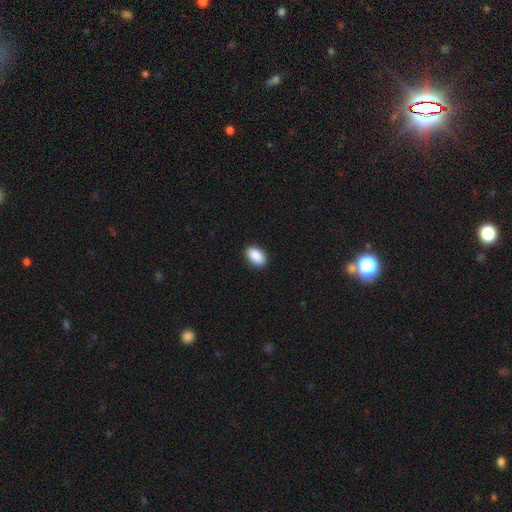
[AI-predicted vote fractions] Overall: smooth (91%). How rounded: in between (93%). Merging: none (90%).